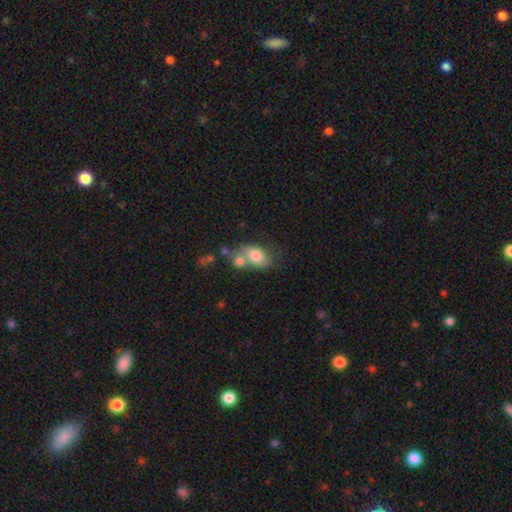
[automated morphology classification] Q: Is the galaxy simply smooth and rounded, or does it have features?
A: smooth — 67%.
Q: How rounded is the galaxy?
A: in between — 75%.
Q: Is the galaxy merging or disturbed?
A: merger — 43%.